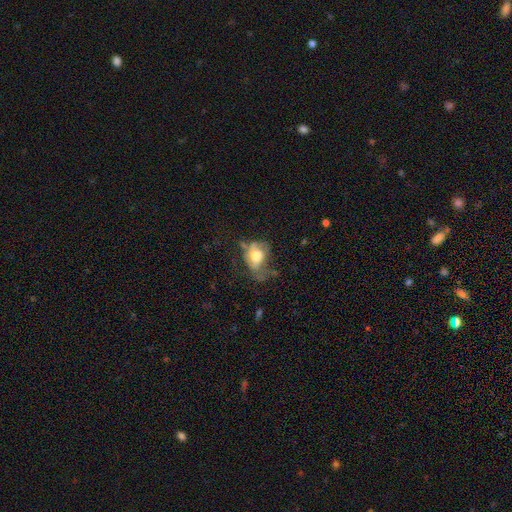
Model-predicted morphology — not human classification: type=smooth (54%); roundness=in between (63%); merging=major disturbance (39%).